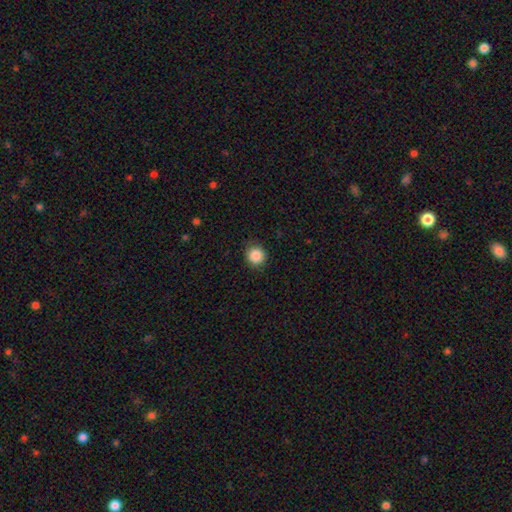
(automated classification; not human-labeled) smooth_or_featured: smooth (p=0.88) [alt: star or artifact p=0.09]
how_rounded: round (p=0.92) [alt: in between p=0.07]
merging: none (p=0.89) [alt: minor disturbance p=0.08]